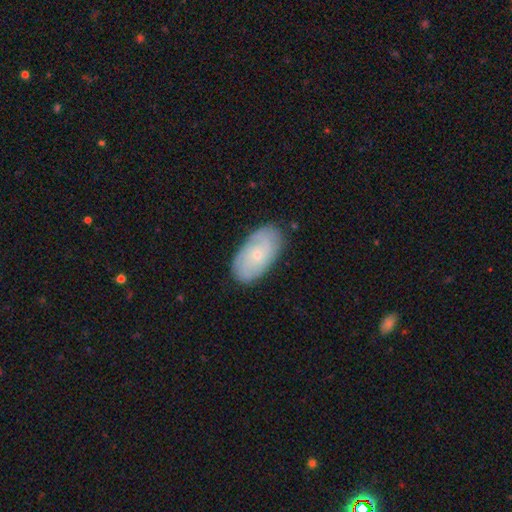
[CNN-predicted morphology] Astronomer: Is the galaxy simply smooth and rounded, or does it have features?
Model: featured or disk — 52% (runner-up: smooth, 41%).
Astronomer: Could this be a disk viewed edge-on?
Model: no — 93%.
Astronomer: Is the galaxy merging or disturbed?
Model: none — 80%.